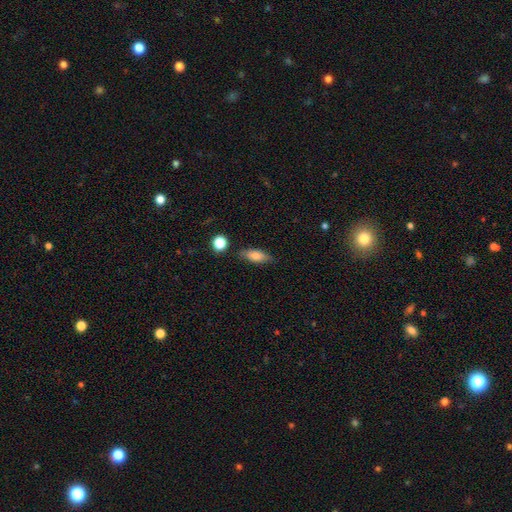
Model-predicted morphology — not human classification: Smooth or featured? Predicted: smooth (p=0.76). How rounded? Predicted: in between (p=0.73). Merging? Predicted: none (p=0.79).